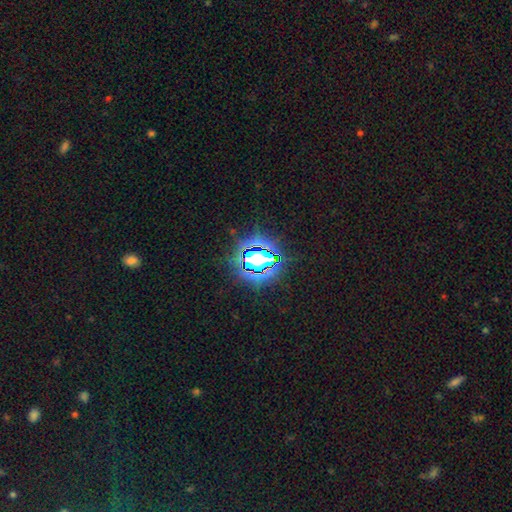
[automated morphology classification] star or artifact 73%, smooth 17%, featured or disk 10%.